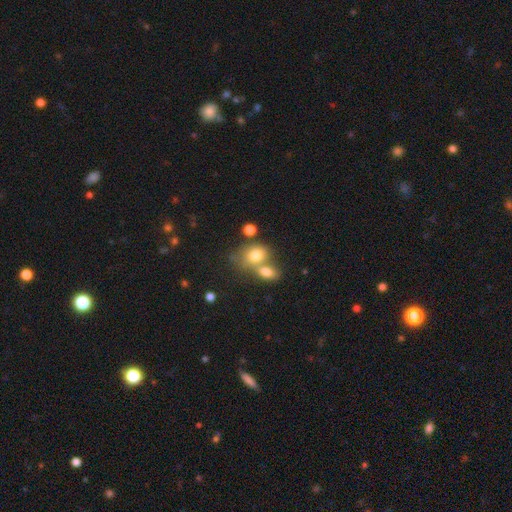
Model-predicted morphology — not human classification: A smooth galaxy with no disk features (77%) that is in between round and cigar-shaped (62%). Merging: merger (54%).